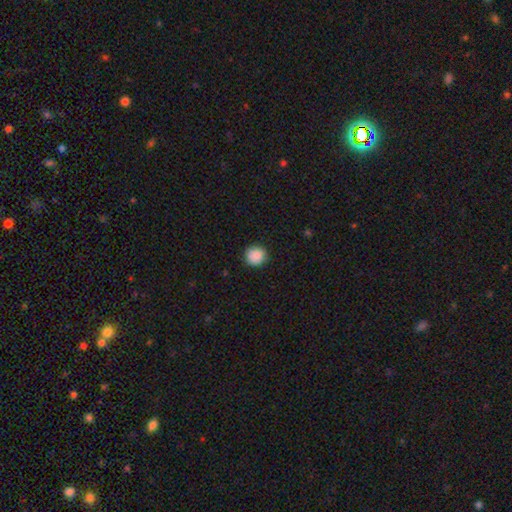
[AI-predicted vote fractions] smooth 88%, star or artifact 8%, featured or disk 3%. Down the decision tree: how rounded — round (92%); merging — none (87%).